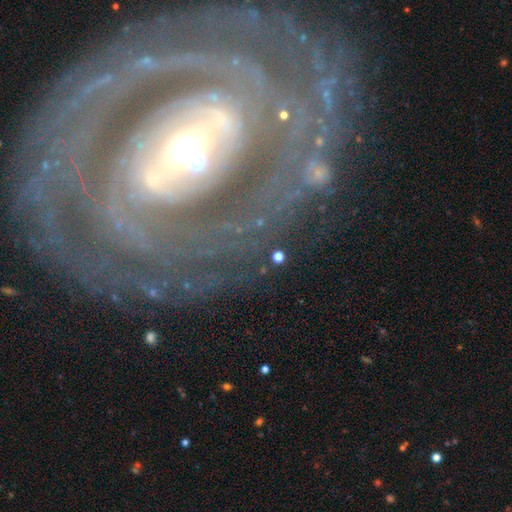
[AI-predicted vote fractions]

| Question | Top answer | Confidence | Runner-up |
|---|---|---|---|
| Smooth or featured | featured or disk | 88% | star or artifact (7%) |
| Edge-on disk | no | 96% | yes (4%) |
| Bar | strong | 44% | weak (31%) |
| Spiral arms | yes | 94% | no (6%) |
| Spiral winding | tight | 72% | medium (21%) |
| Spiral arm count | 2 | 31% | can't tell (26%) |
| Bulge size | moderate | 49% | small (33%) |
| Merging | none | 75% | minor disturbance (14%) |